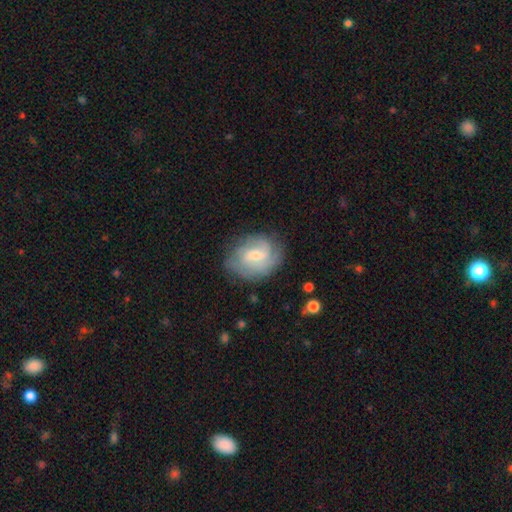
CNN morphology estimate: This is likely a featured or disk galaxy (68%). It is clearly not viewed edge-on (97%). Bar: possibly weak (58%). Spiral arm pattern: clearly yes (89%). Spiral arm count: marginally 2 (43%). Spiral winding: marginally tight (41%). Central bulge: possibly small (52%). Merging: likely none (71%).